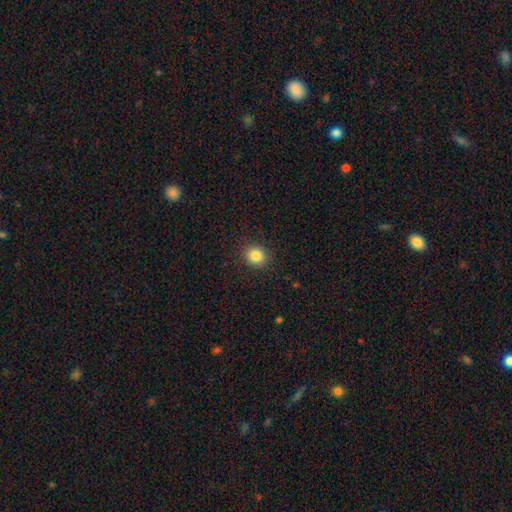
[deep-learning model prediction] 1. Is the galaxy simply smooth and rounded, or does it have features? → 84% smooth, 11% star or artifact, 5% featured or disk.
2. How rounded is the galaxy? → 83% round, 16% in between, 1% cigar-shaped.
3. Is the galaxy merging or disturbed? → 90% none, 6% minor disturbance, 2% major disturbance, 1% merger.